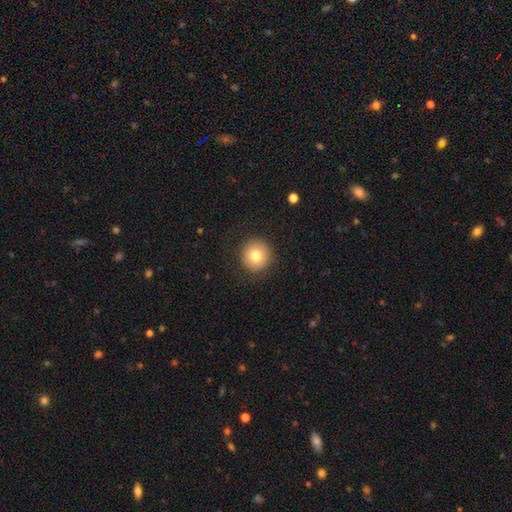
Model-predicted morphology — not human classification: smooth 77%, featured or disk 13%, star or artifact 10%. Down the decision tree: how rounded — round (95%); merging — none (89%).